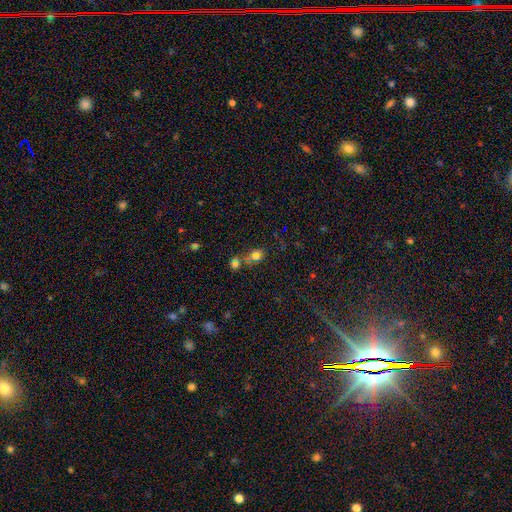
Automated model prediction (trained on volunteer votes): Overall: smooth (67%). How rounded: round (54%; in between 44%). Merging: none (43%; merger 38%).